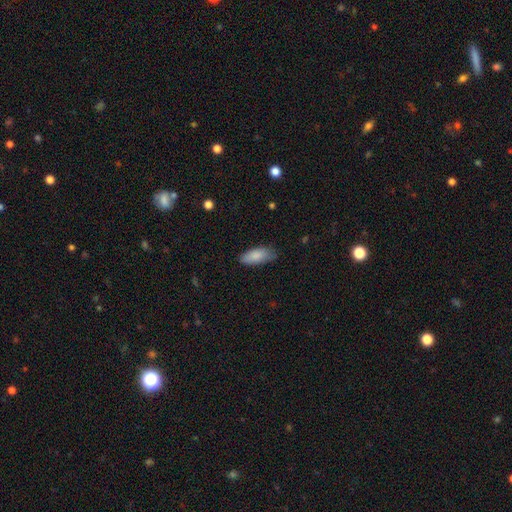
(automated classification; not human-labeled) This appears to be a smooth galaxy with no disk features (85%) that is in between round and cigar-shaped (82%). Merging: none (75%).